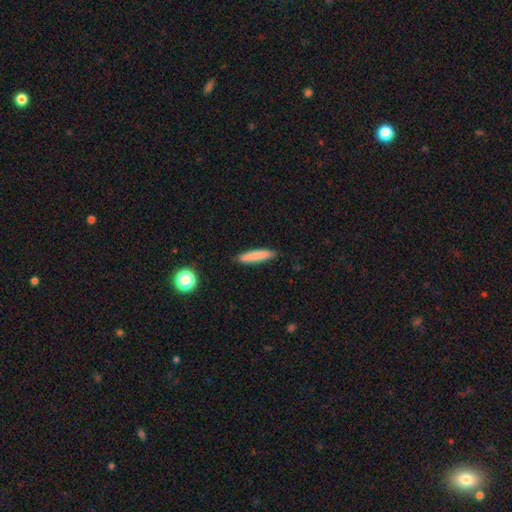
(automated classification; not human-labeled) A smooth galaxy with no disk features (83%) that is cigar-shaped (87%). Merging: none (89%).